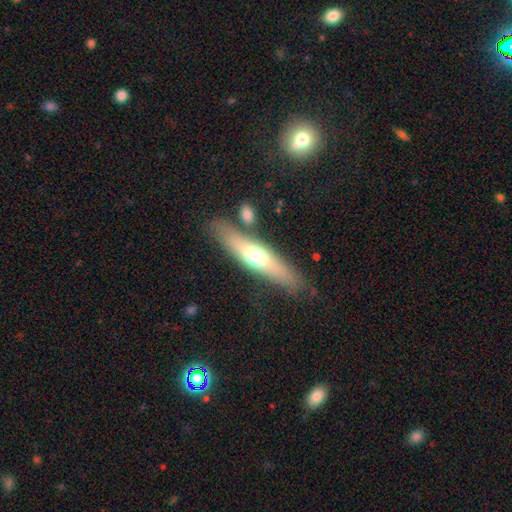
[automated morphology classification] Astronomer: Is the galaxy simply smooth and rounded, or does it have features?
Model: smooth — 52% (runner-up: featured or disk, 42%).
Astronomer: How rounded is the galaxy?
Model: cigar-shaped — 72%.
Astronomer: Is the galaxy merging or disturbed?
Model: none — 79%.